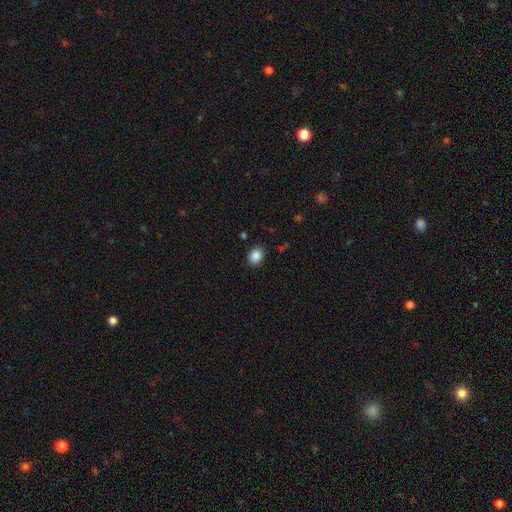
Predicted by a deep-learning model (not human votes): A smooth galaxy with no disk features (87%) that is in between round and cigar-shaped (57%).

Vote fractions:
- Smooth or featured? smooth: 87% / star or artifact: 9% / featured or disk: 4%
- How rounded? in between: 57% / round: 42% / cigar-shaped: 1%
- Merging? none: 88% / minor disturbance: 8% / major disturbance: 2% / merger: 1%